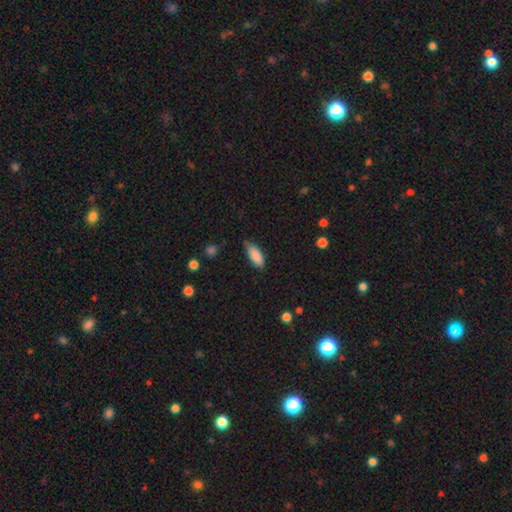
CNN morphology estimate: A smooth galaxy with no disk features (88%) that is in between round and cigar-shaped (82%). Merging: none (72%).